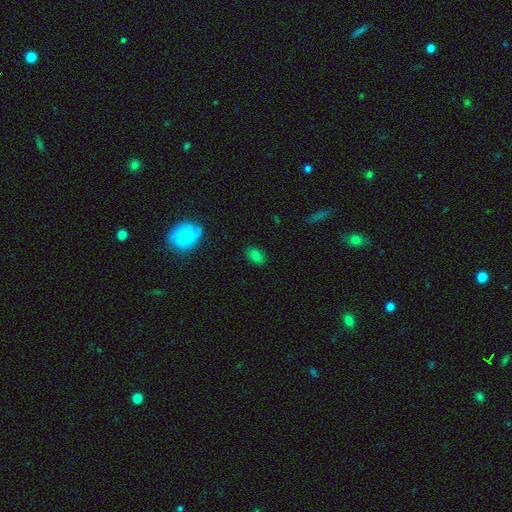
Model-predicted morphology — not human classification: smooth 81%, star or artifact 13%, featured or disk 6%. Down the decision tree: how rounded — in between (88%); merging — none (82%).